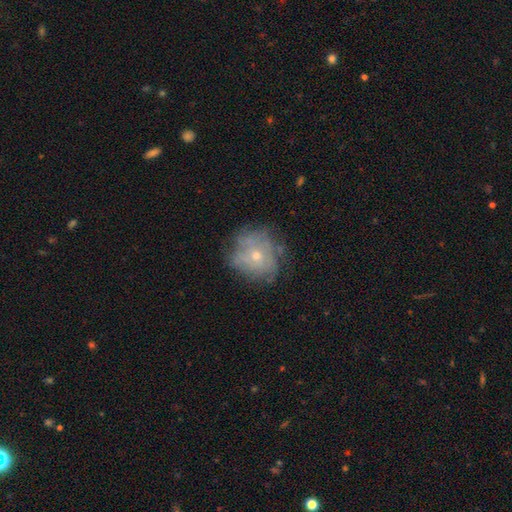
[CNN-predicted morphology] This appears to be a featured or disk galaxy (48%). Merging: none (61%).